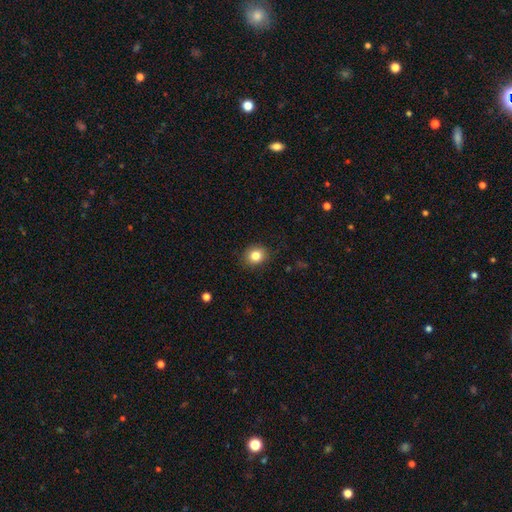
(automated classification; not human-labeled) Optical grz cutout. It shows a smooth galaxy with no disk features (83%) that is round (71%). Merging: none (88%).